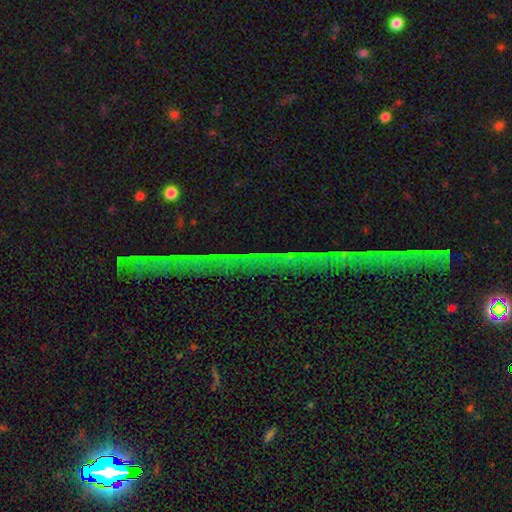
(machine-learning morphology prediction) type=star or artifact (74%).